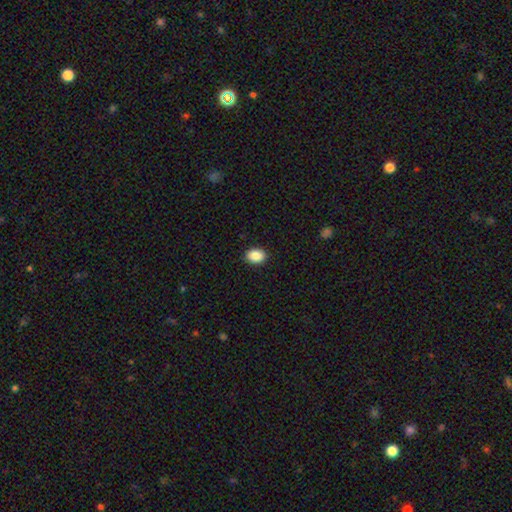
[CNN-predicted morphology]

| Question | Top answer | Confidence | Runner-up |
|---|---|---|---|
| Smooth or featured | smooth | 89% | star or artifact (8%) |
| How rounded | in between | 69% | round (30%) |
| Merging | none | 91% | minor disturbance (7%) |